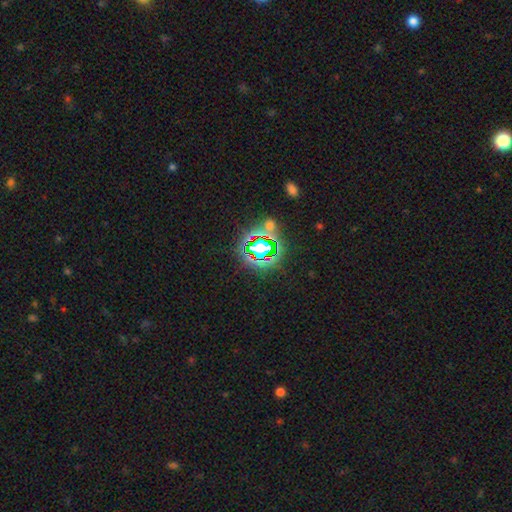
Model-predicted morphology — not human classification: Smooth or featured? Predicted: star or artifact (p=0.73).